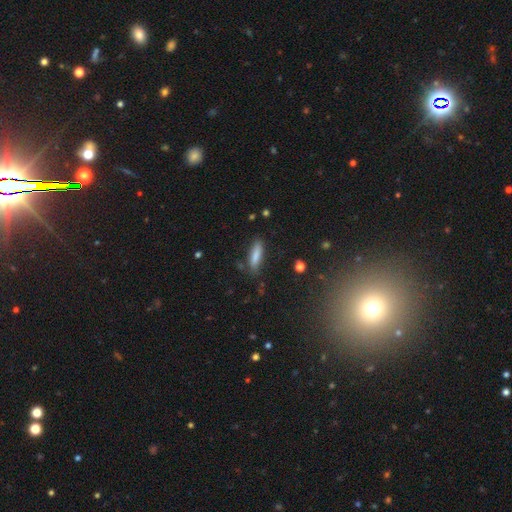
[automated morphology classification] Smooth or featured?
  - smooth: 81% *
  - featured or disk: 11%
  - star or artifact: 7%
How rounded?
  - cigar-shaped: 65% *
  - in between: 33%
  - round: 2%
Merging?
  - none: 79% *
  - minor disturbance: 15%
  - major disturbance: 3%
  - merger: 2%